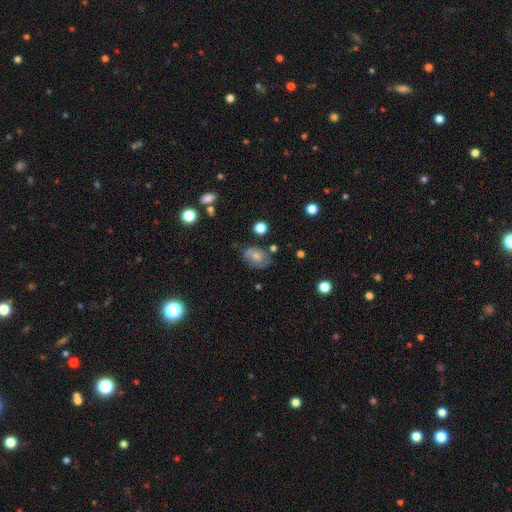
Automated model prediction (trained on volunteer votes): smooth_or_featured: smooth (p=0.55) [alt: featured or disk p=0.35]
how_rounded: in between (p=0.67) [alt: round p=0.31]
merging: none (p=0.55) [alt: minor disturbance p=0.27]